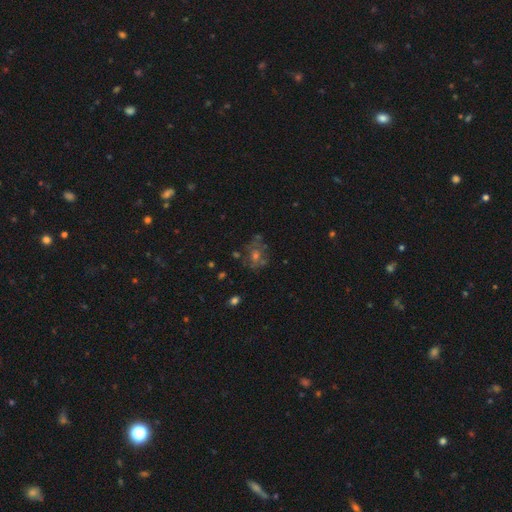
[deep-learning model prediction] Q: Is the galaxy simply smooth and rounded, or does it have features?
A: featured or disk — 40%.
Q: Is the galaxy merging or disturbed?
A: none — 63%.